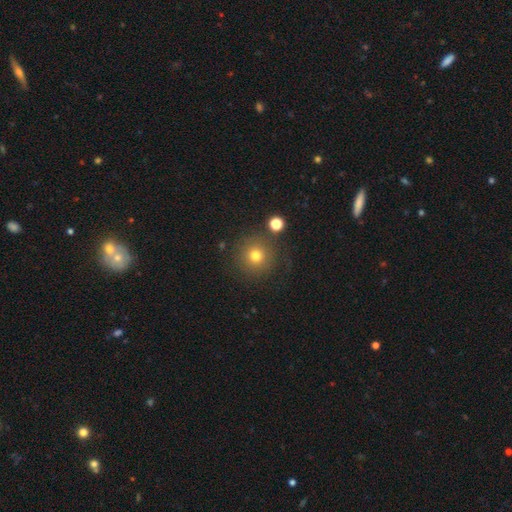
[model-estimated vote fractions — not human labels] A smooth galaxy with no disk features (75%) that is round (95%).

Vote fractions:
- Smooth or featured? smooth: 75% / star or artifact: 16% / featured or disk: 10%
- How rounded? round: 95% / in between: 4% / cigar-shaped: 1%
- Merging? none: 83% / minor disturbance: 8% / merger: 4% / major disturbance: 4%